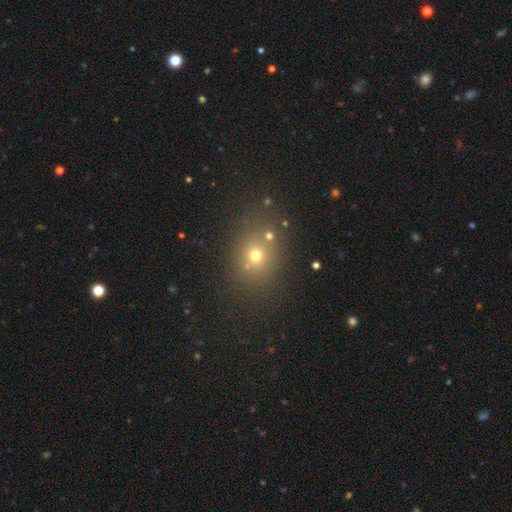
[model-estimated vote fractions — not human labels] Overall: smooth (64%). How rounded: round (61%; in between 38%). Merging: none (75%).